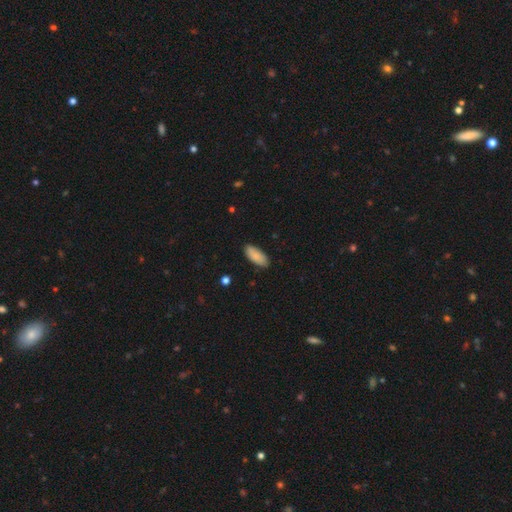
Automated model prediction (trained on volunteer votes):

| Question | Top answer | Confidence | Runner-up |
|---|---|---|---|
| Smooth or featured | smooth | 87% | featured or disk (7%) |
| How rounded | in between | 86% | cigar-shaped (13%) |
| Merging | none | 86% | minor disturbance (11%) |